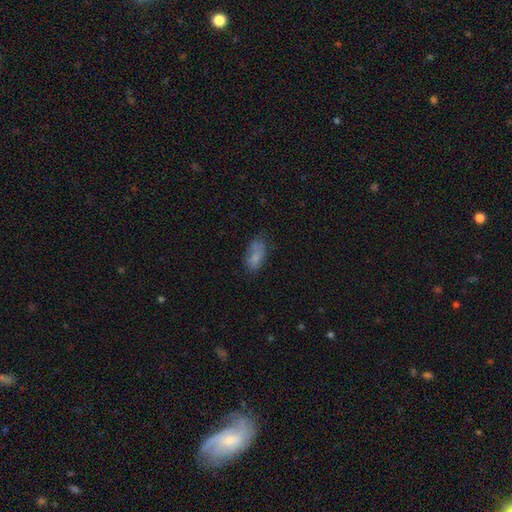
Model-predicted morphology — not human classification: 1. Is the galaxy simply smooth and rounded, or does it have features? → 75% smooth, 15% featured or disk, 10% star or artifact.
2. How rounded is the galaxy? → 90% in between, 5% cigar-shaped, 5% round.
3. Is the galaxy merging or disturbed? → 51% none, 28% minor disturbance, 14% major disturbance, 7% merger.